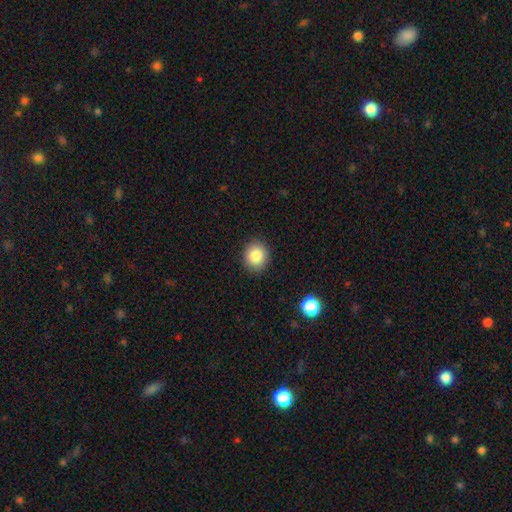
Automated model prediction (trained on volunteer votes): Q: Smooth or featured?
A: smooth (85%); runner-up: star or artifact (9%)
Q: How rounded?
A: round (79%); runner-up: in between (20%)
Q: Merging?
A: none (90%); runner-up: minor disturbance (7%)